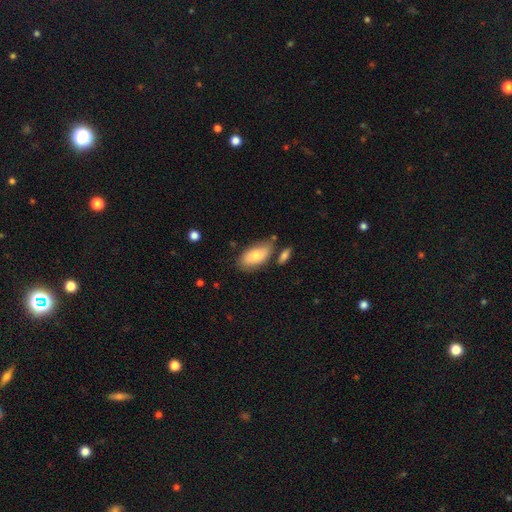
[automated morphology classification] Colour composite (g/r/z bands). It shows a smooth galaxy with no disk features (75%) that is in between round and cigar-shaped (92%). Merging: none (68%).